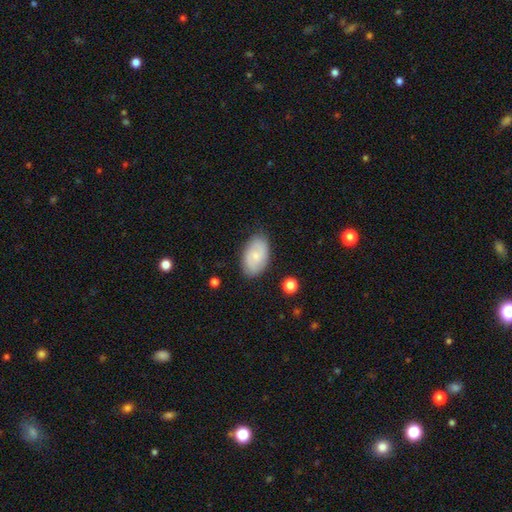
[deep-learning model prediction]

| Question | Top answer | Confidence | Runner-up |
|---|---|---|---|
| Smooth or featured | smooth | 59% | featured or disk (34%) |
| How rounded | in between | 92% | round (6%) |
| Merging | none | 82% | minor disturbance (14%) |